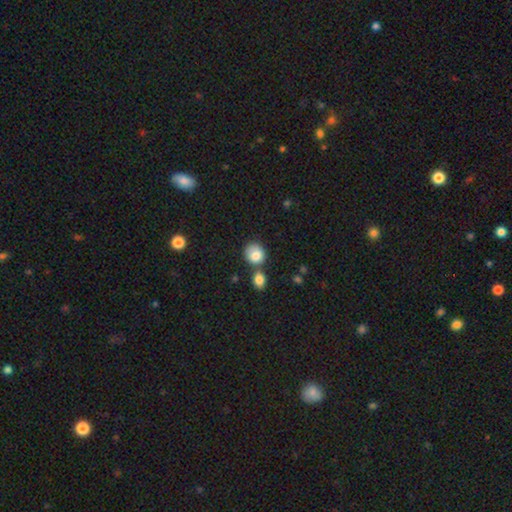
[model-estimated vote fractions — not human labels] A smooth galaxy with no disk features (82%) that is round (77%). Merging: none (53%).